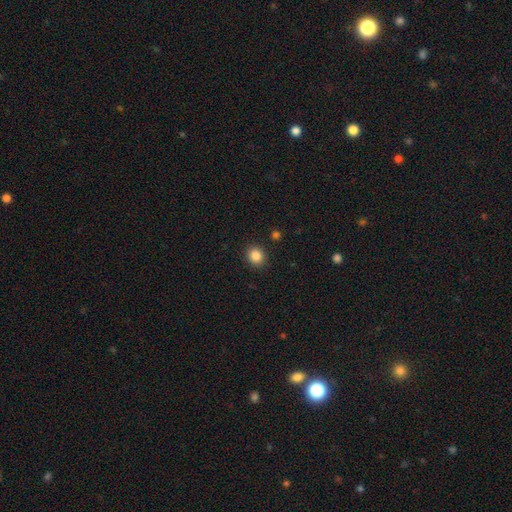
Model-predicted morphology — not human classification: smooth-or-featured: smooth: 86% | star or artifact: 10% | featured or disk: 4%
  how-rounded: round: 80% | in between: 19% | cigar-shaped: 1%
  merging: none: 90% | minor disturbance: 6% | major disturbance: 2% | merger: 2%